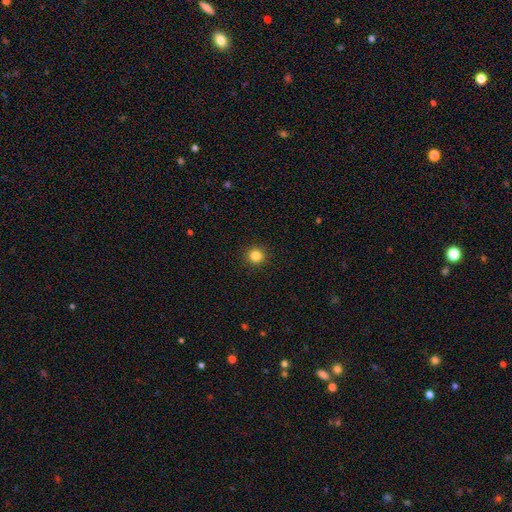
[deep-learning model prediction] Q: Smooth or featured?
A: smooth (83%); runner-up: star or artifact (12%)
Q: How rounded?
A: round (93%); runner-up: in between (6%)
Q: Merging?
A: none (93%); runner-up: minor disturbance (5%)